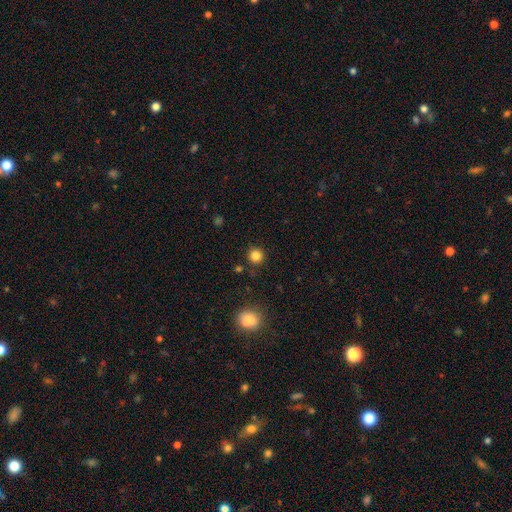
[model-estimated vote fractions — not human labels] Morphology: type=smooth (84%); roundness=round (94%); merging=none (88%).